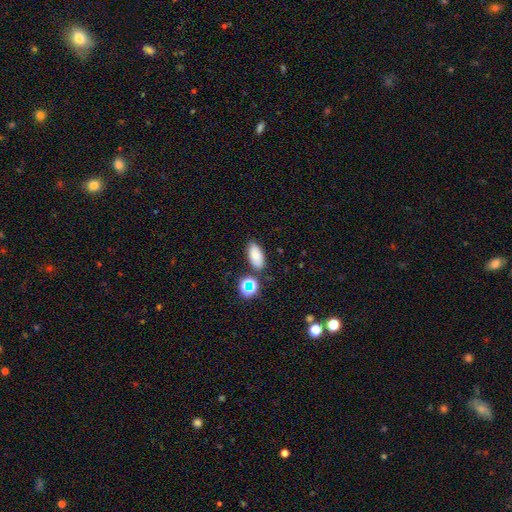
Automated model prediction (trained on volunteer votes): Smooth or featured?
  - smooth: 78% *
  - star or artifact: 13%
  - featured or disk: 8%
How rounded?
  - in between: 90% *
  - round: 6%
  - cigar-shaped: 4%
Merging?
  - none: 78% *
  - minor disturbance: 12%
  - merger: 6%
  - major disturbance: 3%